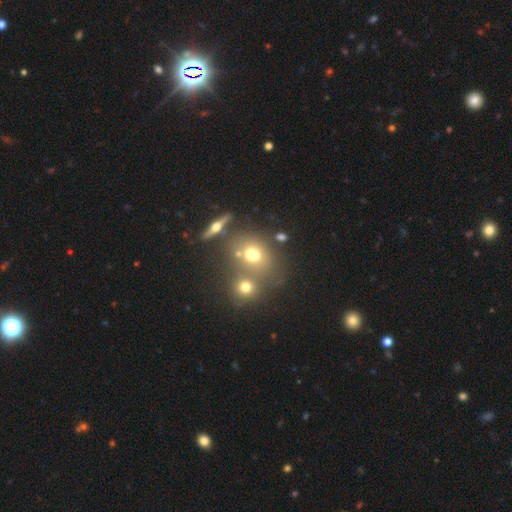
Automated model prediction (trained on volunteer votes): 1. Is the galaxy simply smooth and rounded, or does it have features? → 63% smooth, 20% featured or disk, 17% star or artifact.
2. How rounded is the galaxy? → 60% round, 37% in between, 2% cigar-shaped.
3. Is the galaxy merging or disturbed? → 50% none, 32% merger, 12% minor disturbance, 6% major disturbance.